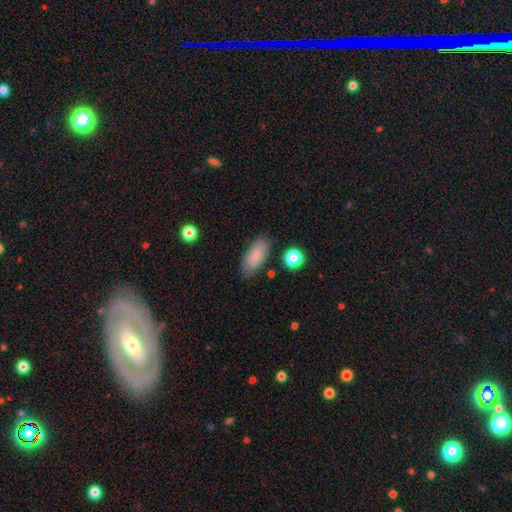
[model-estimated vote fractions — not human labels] Smooth or featured: smooth — 85% (featured or disk — 8%)
How rounded: in between — 87% (cigar-shaped — 10%)
Merging: none — 82% (minor disturbance — 12%)